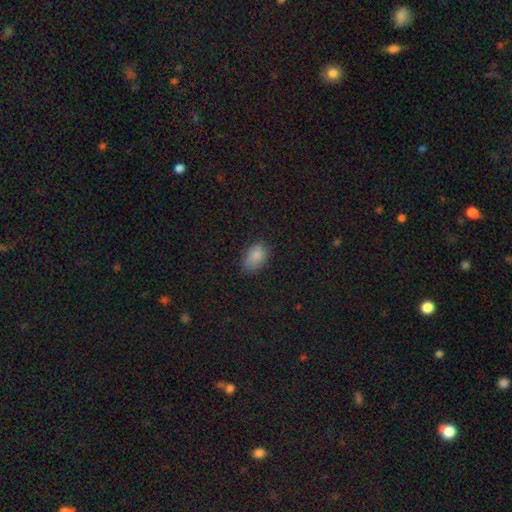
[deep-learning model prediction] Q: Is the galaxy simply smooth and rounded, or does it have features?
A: smooth — 85%.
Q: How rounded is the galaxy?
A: in between — 87%.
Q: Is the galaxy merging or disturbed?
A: none — 72%.